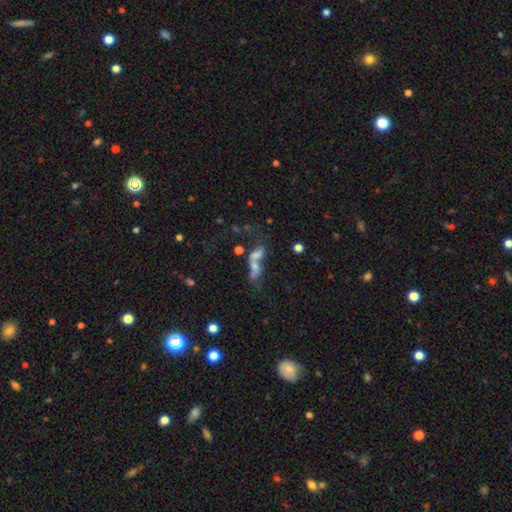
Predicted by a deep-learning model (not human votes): smooth 47%, featured or disk 35%, star or artifact 18%. Down the decision tree: merging — merger (59%).